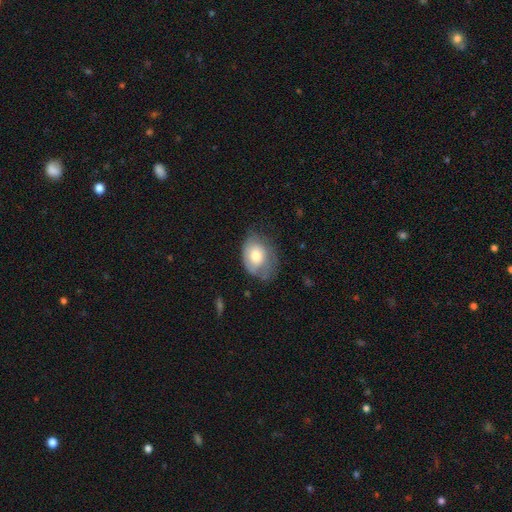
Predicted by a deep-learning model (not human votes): smooth-or-featured: smooth: 65% | featured or disk: 28% | star or artifact: 7%
  how-rounded: in between: 71% | round: 28% | cigar-shaped: 1%
  merging: none: 47% | minor disturbance: 35% | major disturbance: 16% | merger: 2%